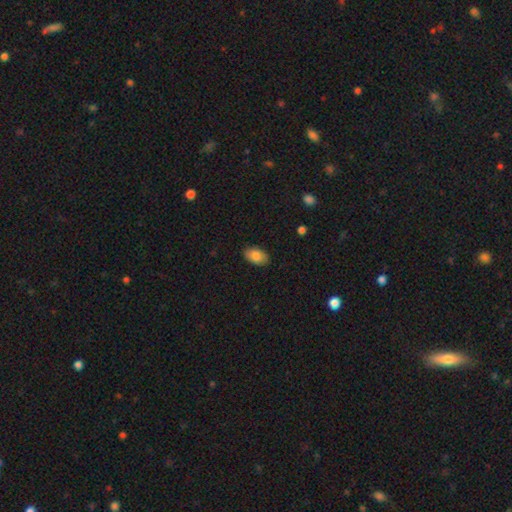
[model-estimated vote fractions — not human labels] A smooth galaxy with no disk features (85%) that is in between round and cigar-shaped (91%). Merging: none (87%).